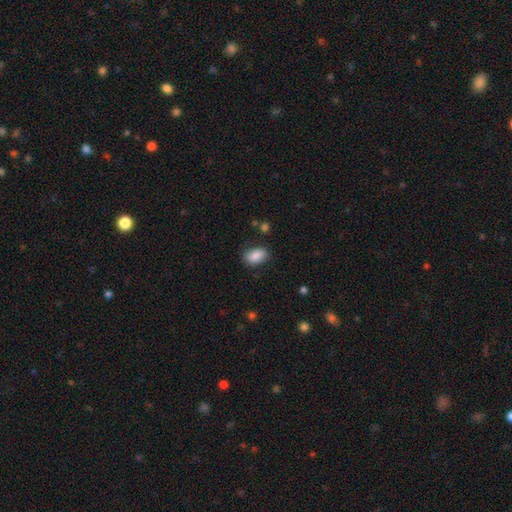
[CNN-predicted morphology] Smooth or featured: smooth — 84% (featured or disk — 8%)
How rounded: in between — 87% (round — 11%)
Merging: none — 75% (minor disturbance — 18%)